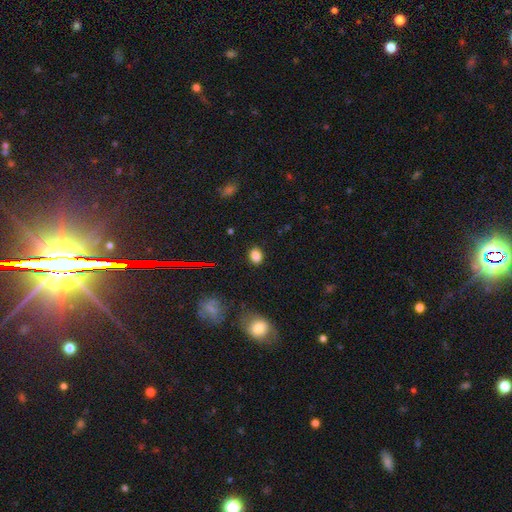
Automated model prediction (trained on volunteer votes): This appears to be a smooth galaxy with no disk features (82%) that is in between round and cigar-shaped (63%). Merging: none (87%).